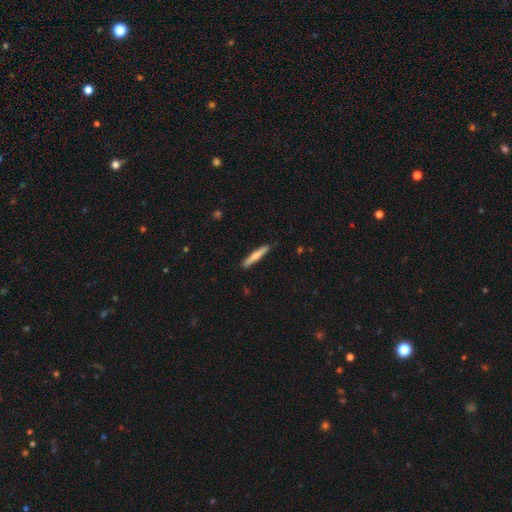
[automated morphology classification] Smooth or featured?
  - smooth: 63% *
  - featured or disk: 31%
  - star or artifact: 5%
How rounded?
  - cigar-shaped: 94% *
  - in between: 5%
  - round: 1%
Merging?
  - none: 88% *
  - minor disturbance: 9%
  - major disturbance: 2%
  - merger: 1%